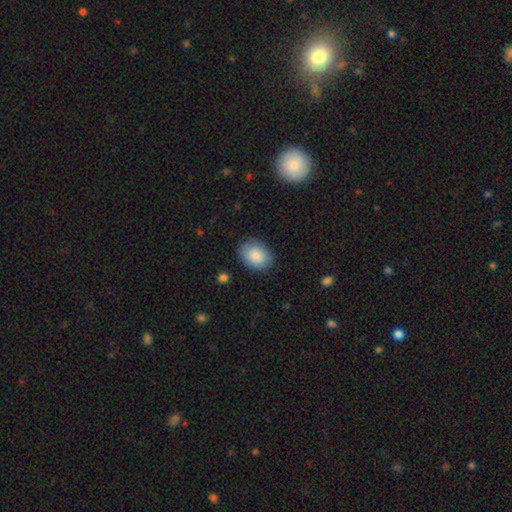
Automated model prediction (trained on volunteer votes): Smooth or featured? Predicted: smooth (p=0.88). How rounded? Predicted: in between (p=0.74). Merging? Predicted: none (p=0.86).